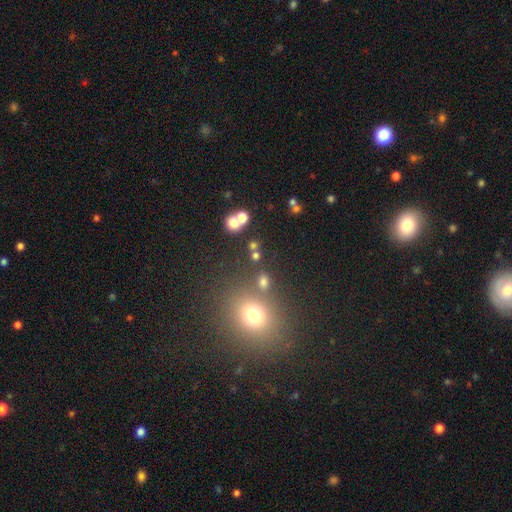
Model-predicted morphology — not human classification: A smooth galaxy with no disk features (68%) that is round (70%). Merging: none (60%).